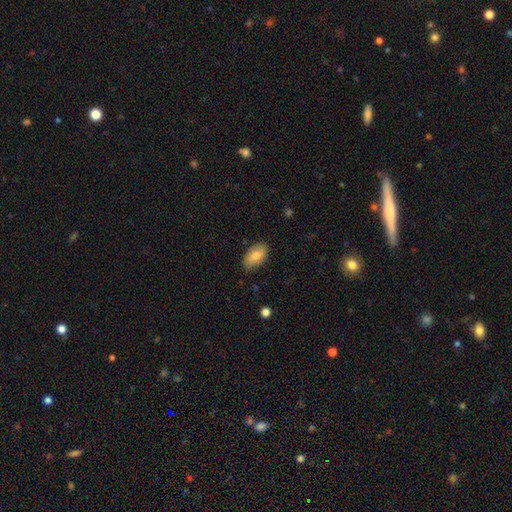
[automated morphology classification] type=smooth (80%); roundness=in between (94%); merging=none (83%).